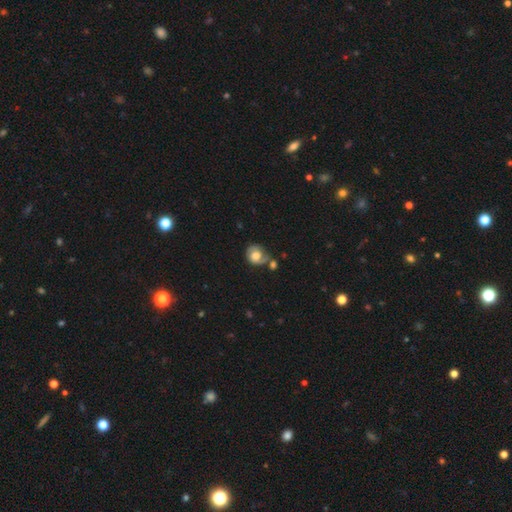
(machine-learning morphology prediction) Smooth or featured: smooth — 52% (featured or disk — 39%)
How rounded: round — 66% (in between — 33%)
Merging: none — 46% (minor disturbance — 24%)